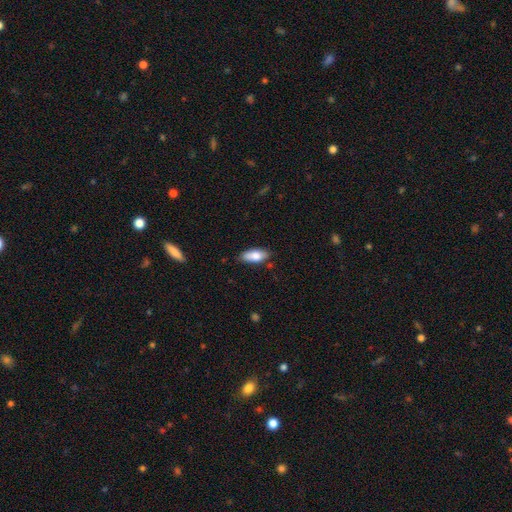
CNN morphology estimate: Smooth or featured? Predicted: smooth (p=0.81). How rounded? Predicted: in between (p=0.83). Merging? Predicted: none (p=0.79).